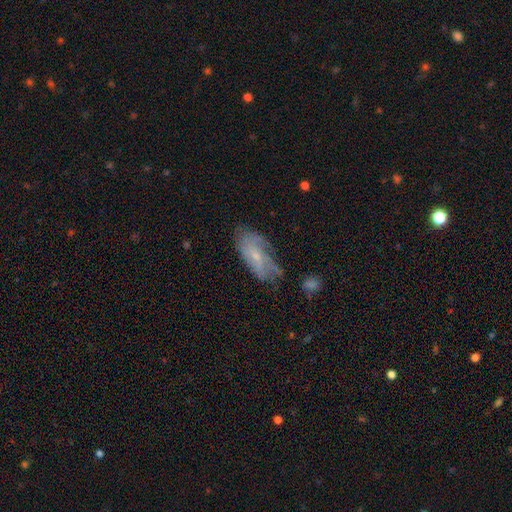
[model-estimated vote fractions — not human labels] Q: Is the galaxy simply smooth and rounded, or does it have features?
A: featured or disk — 57%.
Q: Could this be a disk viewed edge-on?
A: no — 90%.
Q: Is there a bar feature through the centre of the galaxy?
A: no — 66%.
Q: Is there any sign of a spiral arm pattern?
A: yes — 73%.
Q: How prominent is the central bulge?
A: small — 73%.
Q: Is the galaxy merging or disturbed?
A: none — 52%.